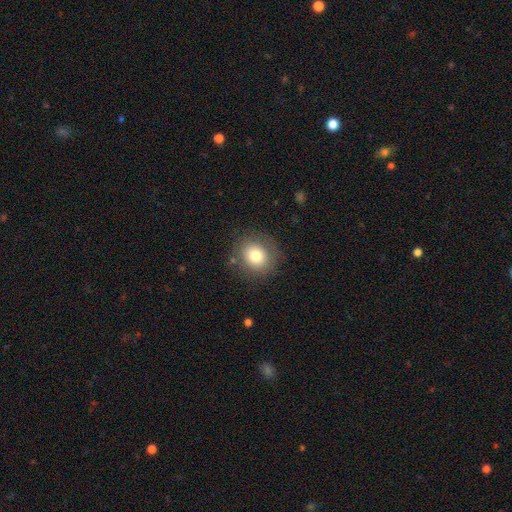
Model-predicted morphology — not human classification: This appears to be a smooth galaxy with no disk features (77%) that is round (84%). Merging: none (83%).